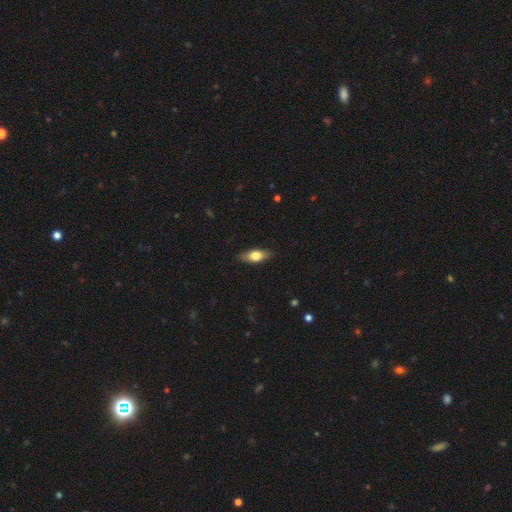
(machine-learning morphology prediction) The model was most divided on "smooth or featured": smooth: 71%, featured or disk: 22%, star or artifact: 6%. More confident: merging — none (85%); how rounded — in between (78%).